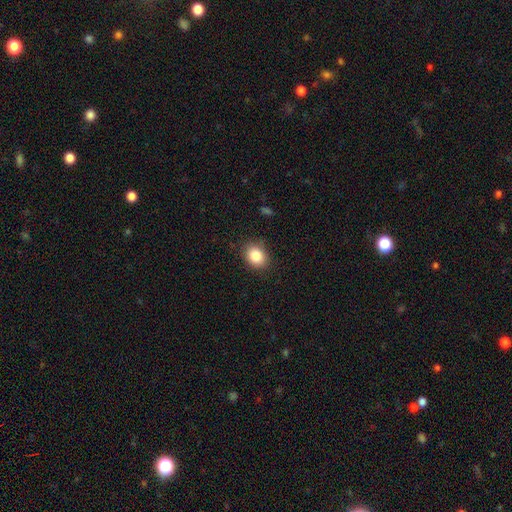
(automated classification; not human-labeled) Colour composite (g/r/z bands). It shows a smooth galaxy with no disk features (84%) that is round (53%). Merging: none (85%).